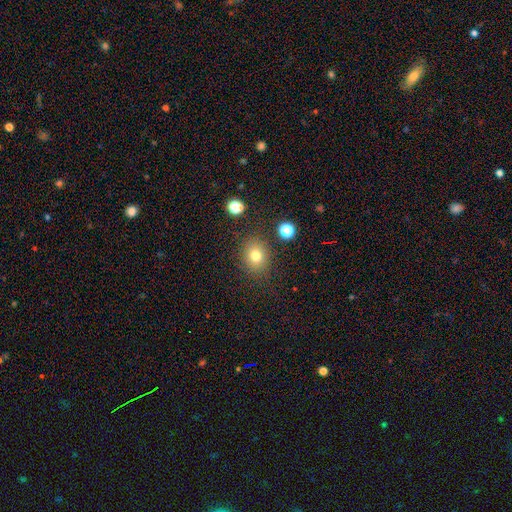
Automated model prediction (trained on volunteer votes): This appears to be a smooth galaxy with no disk features (77%) that is round (61%). Merging: none (83%).